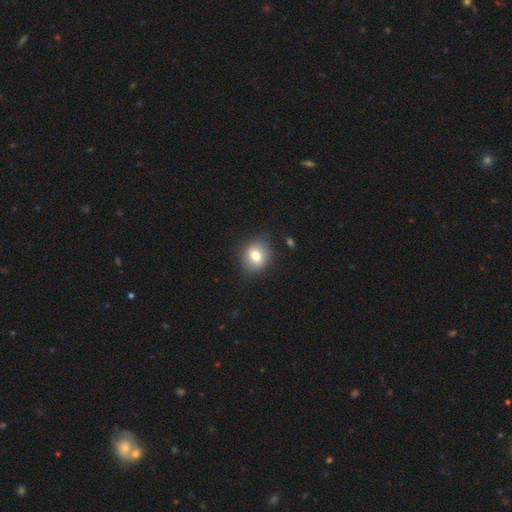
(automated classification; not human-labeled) Smooth or featured? Predicted: smooth (p=0.77). How rounded? Predicted: round (p=0.63). Merging? Predicted: none (p=0.81).